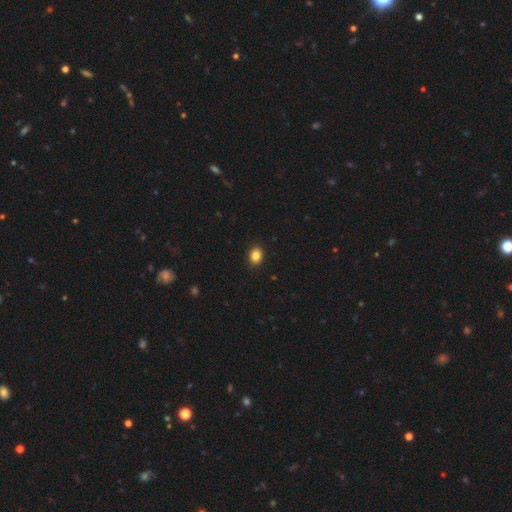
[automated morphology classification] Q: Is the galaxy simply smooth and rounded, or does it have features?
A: smooth — 86%.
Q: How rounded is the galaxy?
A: round — 51%.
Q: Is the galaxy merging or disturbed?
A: none — 91%.